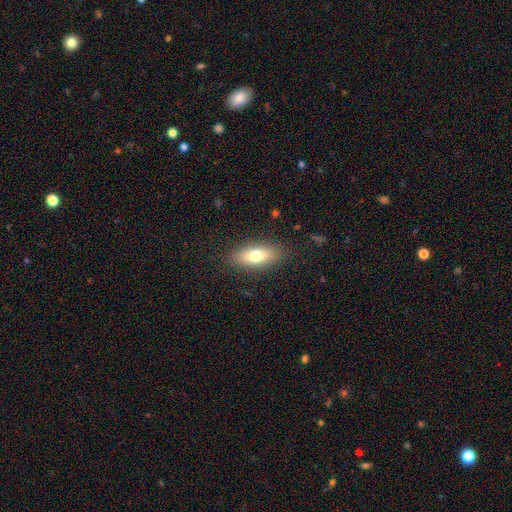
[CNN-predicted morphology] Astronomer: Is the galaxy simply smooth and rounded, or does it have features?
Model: smooth — 74%.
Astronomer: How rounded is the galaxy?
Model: in between — 78%.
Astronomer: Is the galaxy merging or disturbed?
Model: none — 86%.